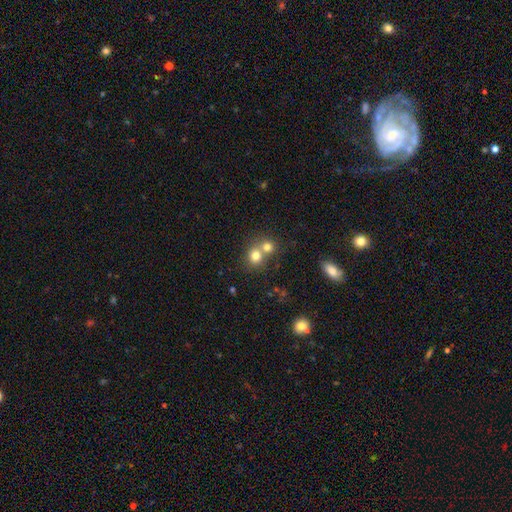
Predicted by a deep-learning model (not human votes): Morphology: type=smooth (76%); roundness=round (81%); merging=merger (52%).